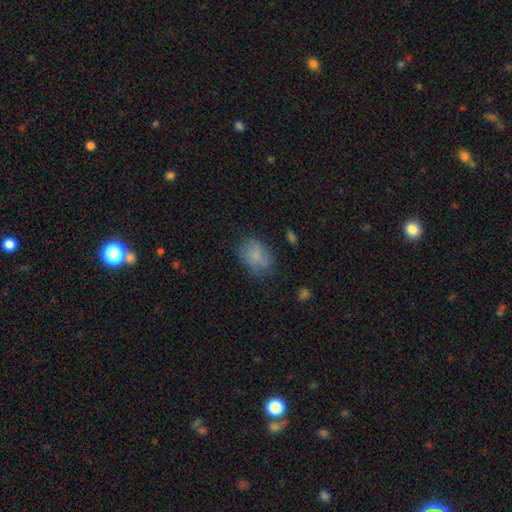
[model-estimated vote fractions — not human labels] This is clearly a smooth galaxy (81%). How rounded: likely in between (71%). Merging: likely none (69%).